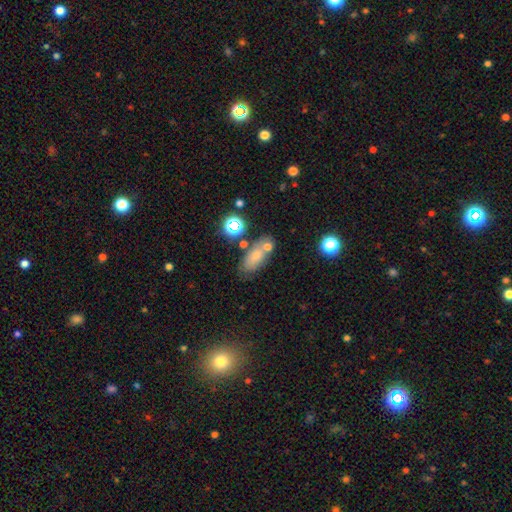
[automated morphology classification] smooth-or-featured: smooth: 67% | featured or disk: 18% | star or artifact: 14%
  how-rounded: in between: 78% | cigar-shaped: 13% | round: 9%
  merging: none: 58% | merger: 21% | minor disturbance: 16% | major disturbance: 6%